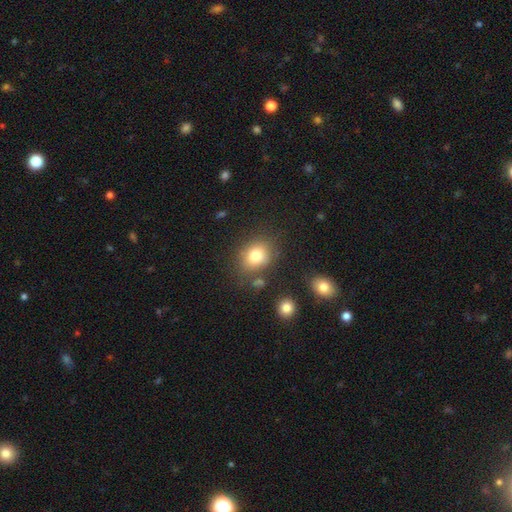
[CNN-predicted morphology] Smooth or featured? Predicted: smooth (p=0.80). How rounded? Predicted: round (p=0.53). Merging? Predicted: none (p=0.75).